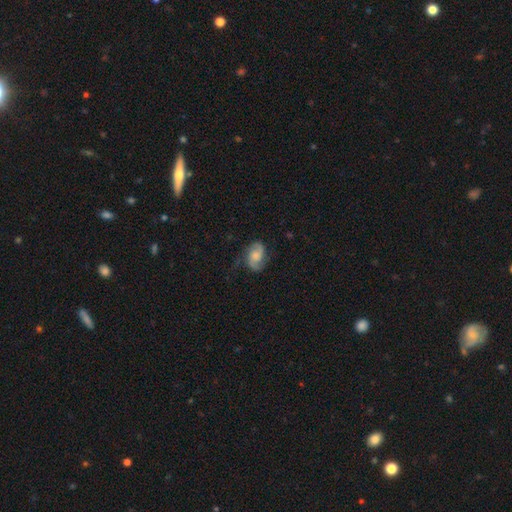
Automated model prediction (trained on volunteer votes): A featured or disk galaxy (68%) with no bar (62%), 2 (88%) medium (47%) spiral arms (94%) and a moderate central bulge (42%). Merging: none (69%).